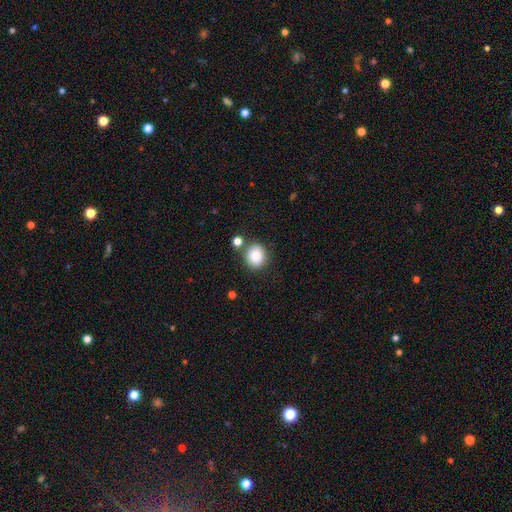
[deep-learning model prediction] smooth 84%, star or artifact 9%, featured or disk 6%. Down the decision tree: how rounded — round (77%); merging — none (76%).